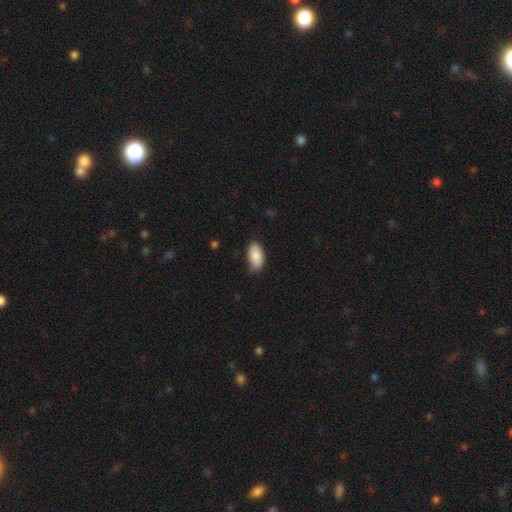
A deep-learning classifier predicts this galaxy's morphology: Overall: smooth (86%). How rounded: in between (95%). Merging: none (70%).